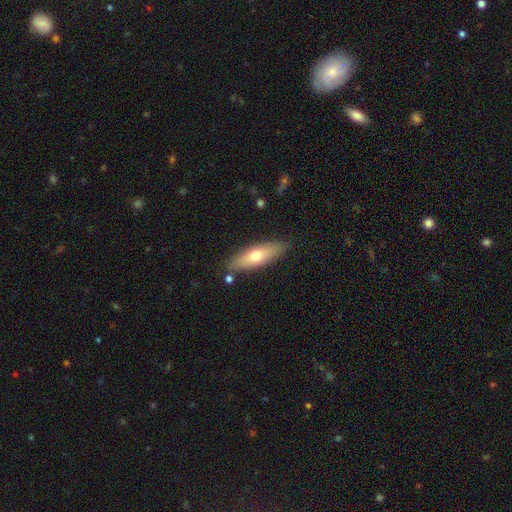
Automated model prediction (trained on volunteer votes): The model was most divided on "how rounded": cigar-shaped: 52%, in between: 45%, round: 2%. More confident: merging — none (83%); smooth or featured — smooth (60%).